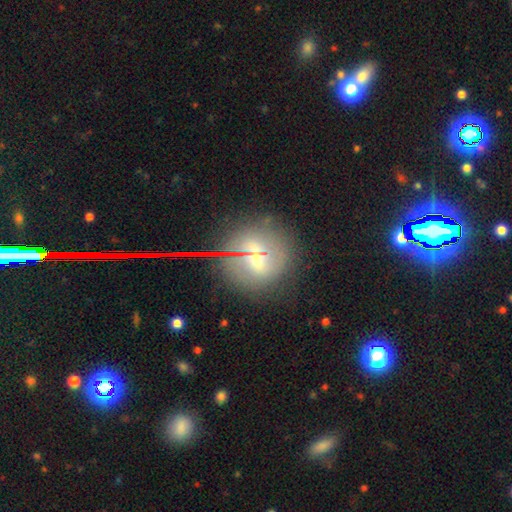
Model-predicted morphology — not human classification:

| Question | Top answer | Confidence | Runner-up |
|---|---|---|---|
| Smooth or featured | smooth | 40% | featured or disk (32%) |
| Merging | none | 75% | minor disturbance (13%) |